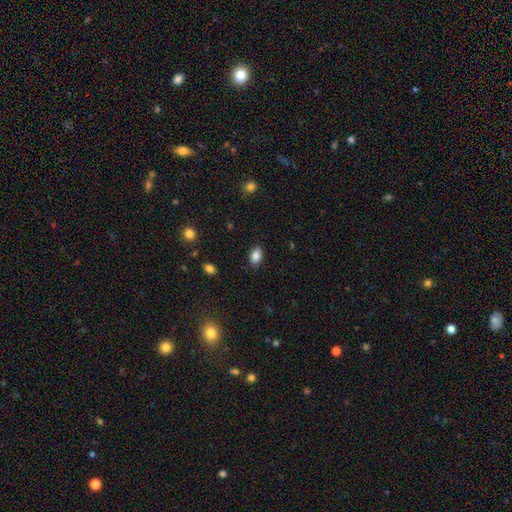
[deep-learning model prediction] Smooth or featured: smooth — 87% (star or artifact — 9%)
How rounded: in between — 84% (round — 15%)
Merging: none — 85% (minor disturbance — 11%)